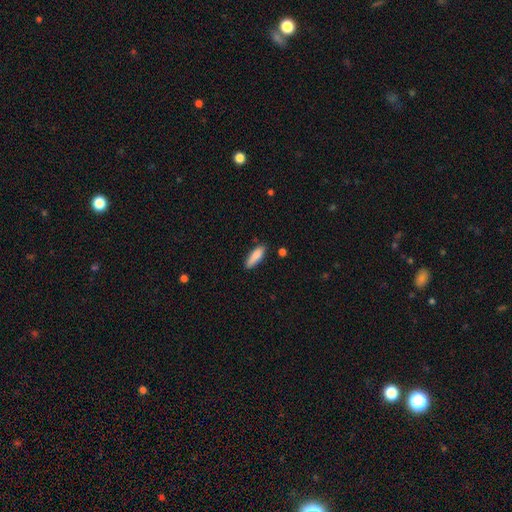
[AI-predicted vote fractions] smooth_or_featured: smooth (p=0.86) [alt: featured or disk p=0.08]
how_rounded: in between (p=0.50) [alt: cigar-shaped p=0.49]
merging: none (p=0.79) [alt: minor disturbance p=0.16]